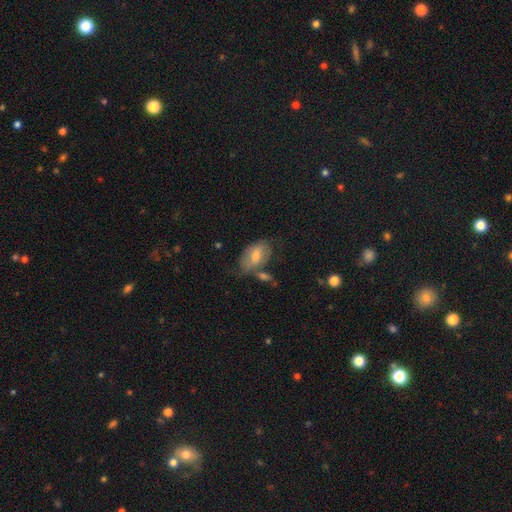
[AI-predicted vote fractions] The model was most divided on "merging": none: 50%, minor disturbance: 25%, merger: 15%, major disturbance: 10%. More confident: how rounded — in between (88%); smooth or featured — smooth (60%).